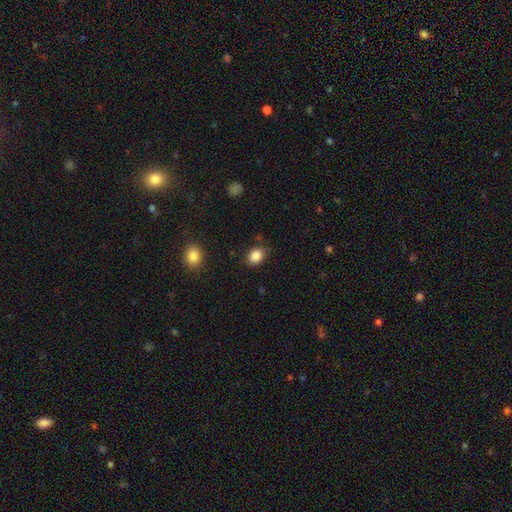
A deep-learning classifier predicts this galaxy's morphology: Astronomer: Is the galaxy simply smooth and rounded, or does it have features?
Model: smooth — 87%.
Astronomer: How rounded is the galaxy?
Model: in between — 55% (runner-up: round, 44%).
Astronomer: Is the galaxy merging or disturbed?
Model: none — 80%.